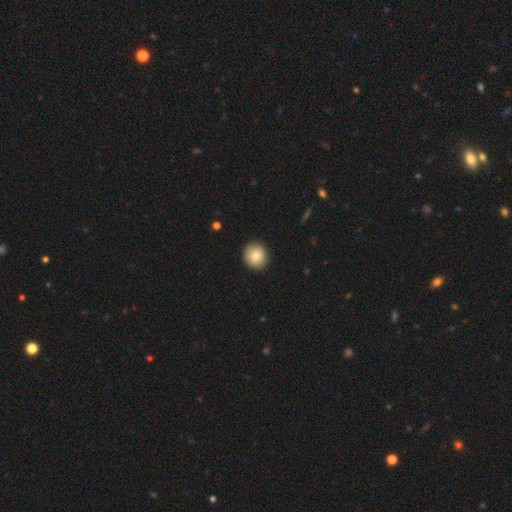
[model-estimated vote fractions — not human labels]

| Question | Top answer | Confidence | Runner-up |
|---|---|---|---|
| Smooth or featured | smooth | 84% | featured or disk (9%) |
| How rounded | round | 89% | in between (10%) |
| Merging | none | 90% | minor disturbance (8%) |